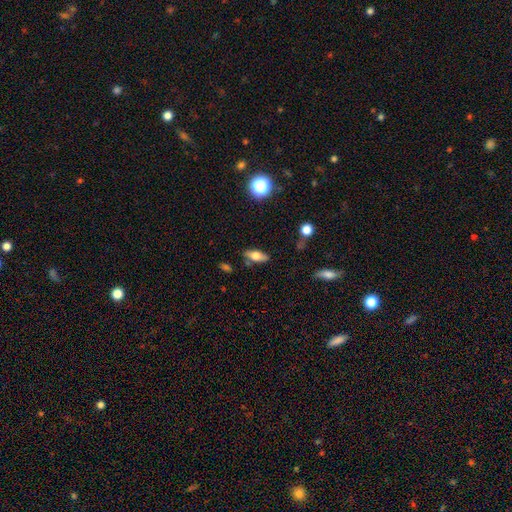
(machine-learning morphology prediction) Smooth or featured? smooth (64%)
How rounded? in between (77%)
Merging? none (80%)